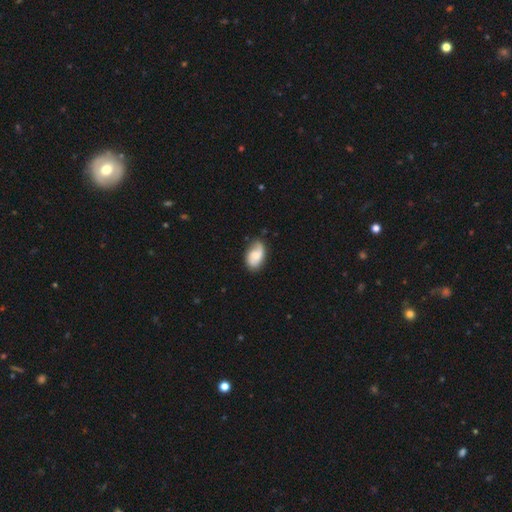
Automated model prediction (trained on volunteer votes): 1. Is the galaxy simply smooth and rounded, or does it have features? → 50% smooth, 43% featured or disk, 7% star or artifact.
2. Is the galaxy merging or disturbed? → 64% none, 26% minor disturbance, 8% major disturbance, 2% merger.